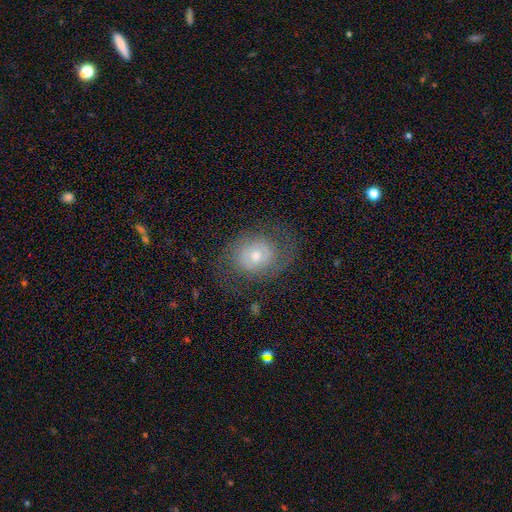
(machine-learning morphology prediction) Overall: featured or disk (50%; smooth 41%). Merging: none (67%).